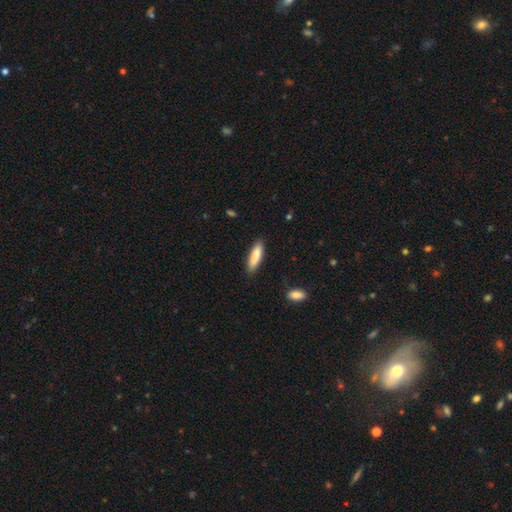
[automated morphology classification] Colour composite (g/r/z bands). It shows a smooth galaxy with no disk features (87%) that is cigar-shaped (62%). Merging: none (86%).